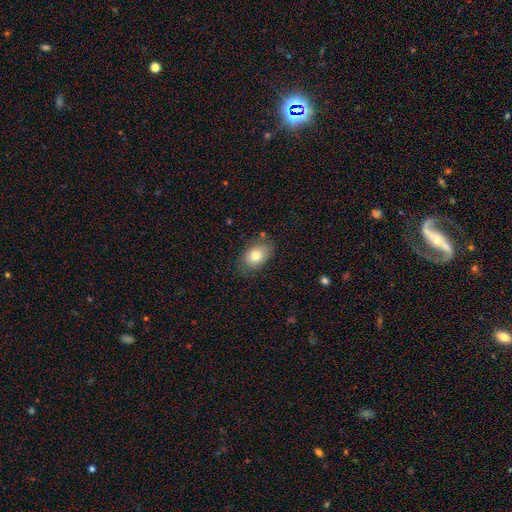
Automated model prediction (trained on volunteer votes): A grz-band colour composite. It shows a smooth galaxy with no disk features (78%) that is in between round and cigar-shaped (83%). Merging: none (79%).